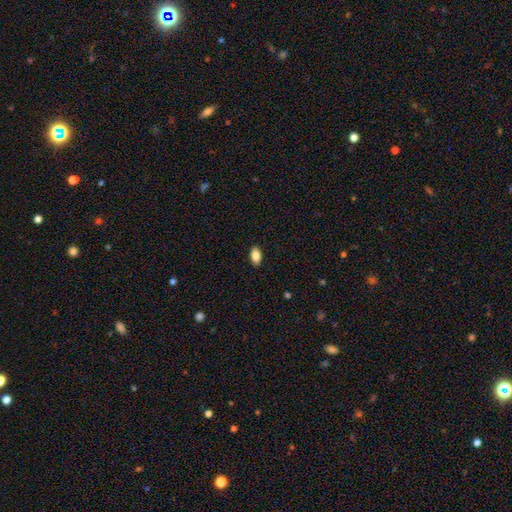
Q: Smooth or featured?
A: smooth (79%); runner-up: featured or disk (10%)
Q: How rounded?
A: in between (87%); runner-up: round (6%)
Q: Merging?
A: none (94%); runner-up: minor disturbance (6%)